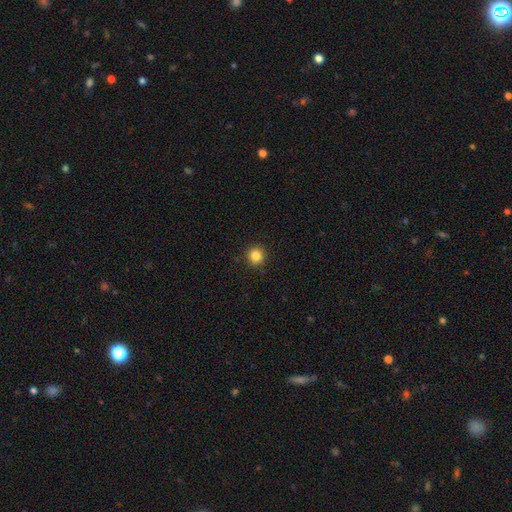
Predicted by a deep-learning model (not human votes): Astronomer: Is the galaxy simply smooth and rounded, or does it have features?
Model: smooth — 84%.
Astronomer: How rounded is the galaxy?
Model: round — 94%.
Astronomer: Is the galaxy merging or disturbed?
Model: none — 92%.